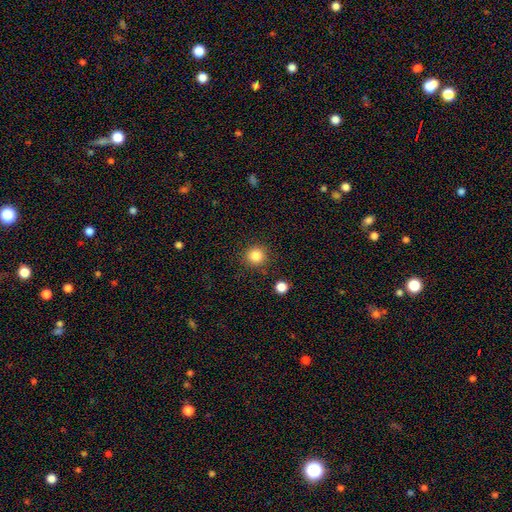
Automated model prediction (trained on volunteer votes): Smooth or featured? smooth (84%)
How rounded? round (93%)
Merging? none (87%)